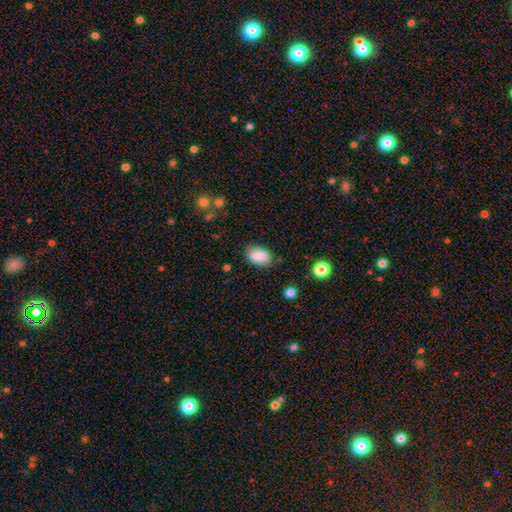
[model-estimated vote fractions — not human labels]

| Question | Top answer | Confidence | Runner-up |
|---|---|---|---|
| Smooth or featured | smooth | 87% | star or artifact (8%) |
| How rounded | in between | 91% | round (7%) |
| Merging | none | 78% | minor disturbance (16%) |